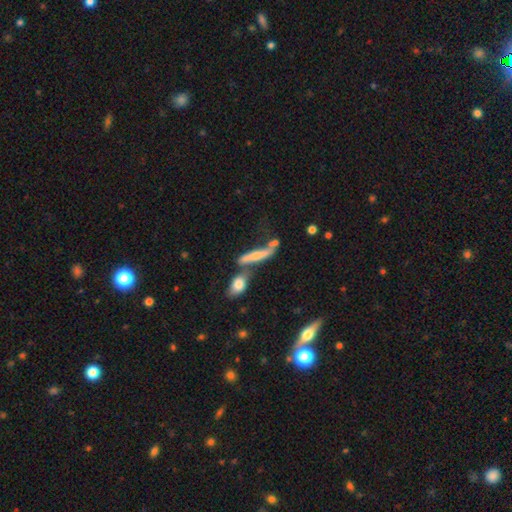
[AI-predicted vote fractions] Smooth or featured? smooth (50%)
Merging? none (39%)